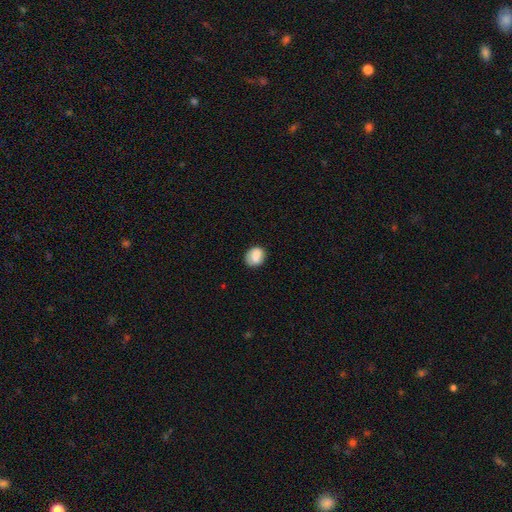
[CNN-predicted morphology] smooth-or-featured: smooth: 76% | featured or disk: 16% | star or artifact: 8%
  how-rounded: round: 62% | in between: 37% | cigar-shaped: 1%
  merging: none: 72% | minor disturbance: 20% | major disturbance: 6% | merger: 2%